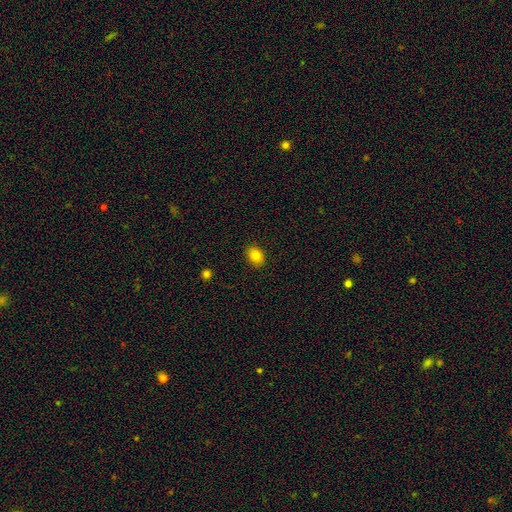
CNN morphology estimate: The model was most divided on "how rounded": in between: 62%, round: 37%, cigar-shaped: 1%. More confident: merging — none (89%); smooth or featured — smooth (82%).